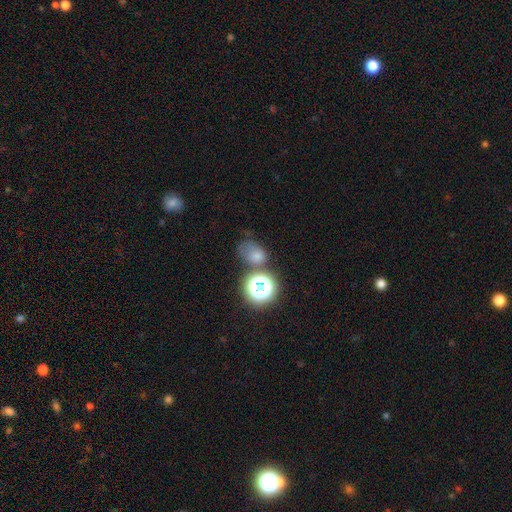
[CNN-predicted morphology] This is likely a smooth galaxy (65%). How rounded: possibly in between (58%). Merging: marginally none (43%).